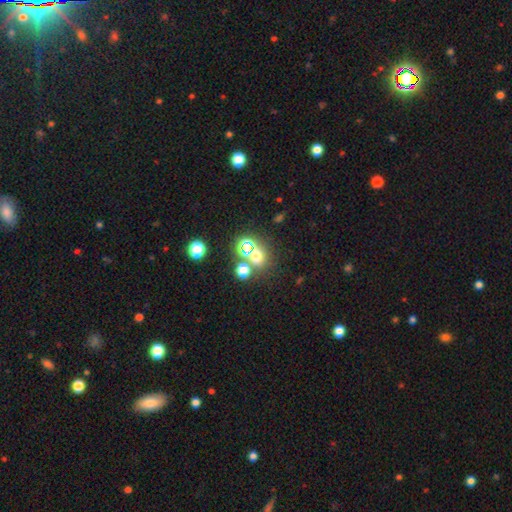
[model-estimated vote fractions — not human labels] smooth 55%, star or artifact 35%, featured or disk 10%. Down the decision tree: how rounded — round (75%); merging — none (62%).